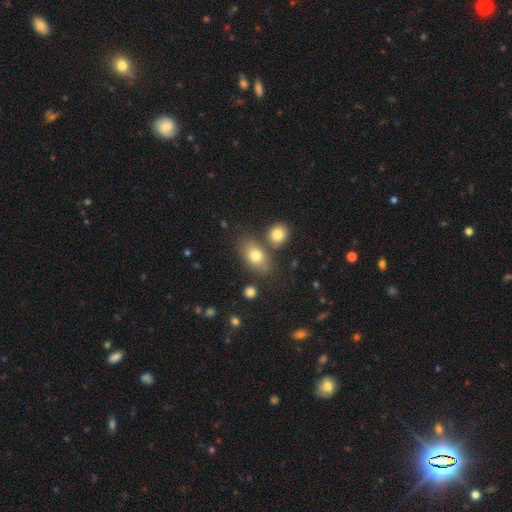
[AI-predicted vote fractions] Smooth or featured: smooth — 77% (featured or disk — 14%)
How rounded: in between — 84% (round — 14%)
Merging: none — 68% (merger — 16%)